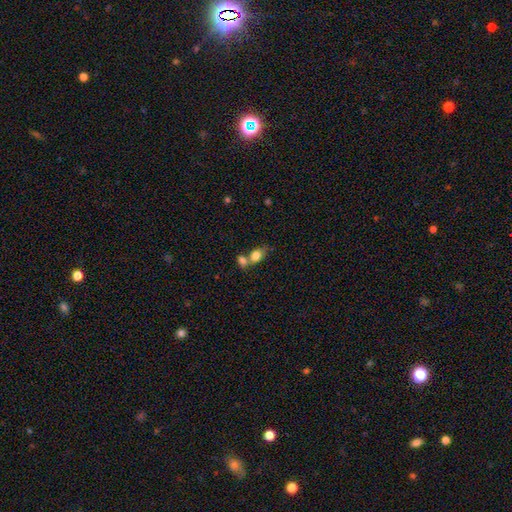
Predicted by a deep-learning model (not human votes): Smooth or featured? smooth (81%)
How rounded? in between (78%)
Merging? merger (56%)